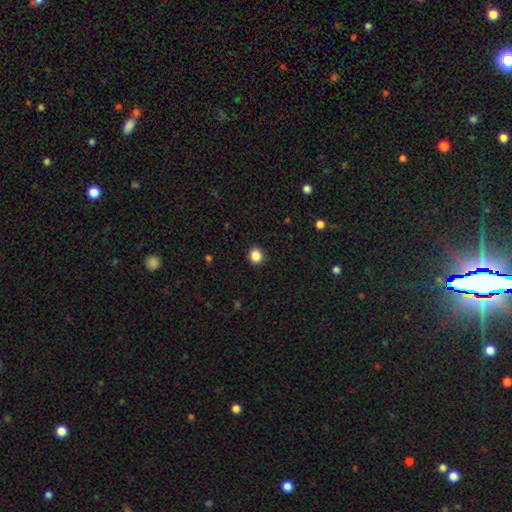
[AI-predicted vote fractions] This is clearly a smooth galaxy (87%). How rounded: likely round (75%). Merging: clearly none (91%).